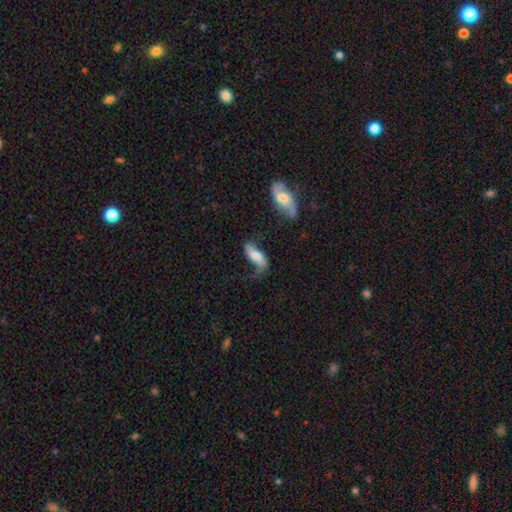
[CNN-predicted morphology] Smooth or featured? featured or disk (48%)
Merging? none (38%)